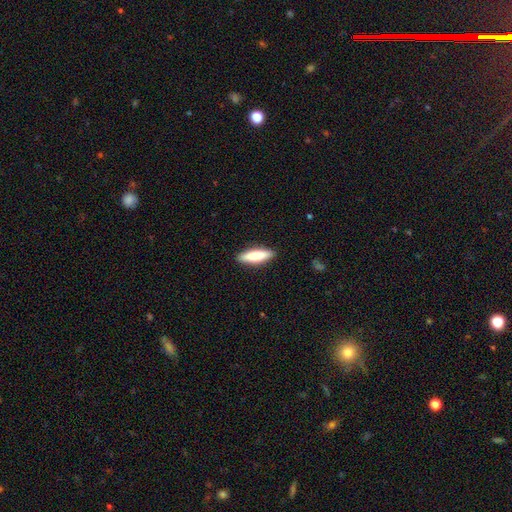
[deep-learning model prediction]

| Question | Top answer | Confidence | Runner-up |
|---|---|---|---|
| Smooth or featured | smooth | 74% | featured or disk (20%) |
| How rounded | cigar-shaped | 64% | in between (34%) |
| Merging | none | 90% | minor disturbance (8%) |